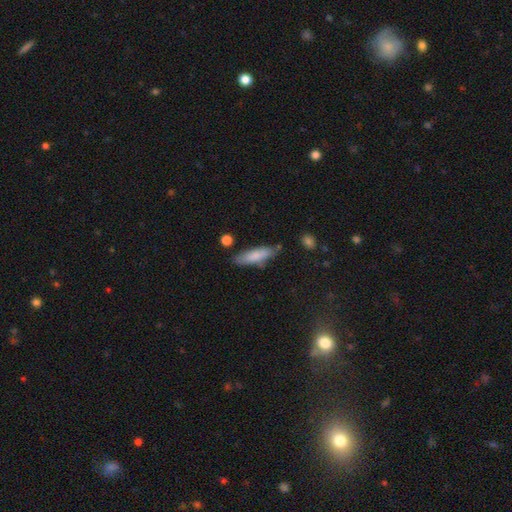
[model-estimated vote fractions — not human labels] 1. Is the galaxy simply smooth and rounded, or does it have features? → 78% smooth, 15% featured or disk, 6% star or artifact.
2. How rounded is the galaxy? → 62% cigar-shaped, 36% in between, 2% round.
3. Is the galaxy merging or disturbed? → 75% none, 17% minor disturbance, 5% merger, 4% major disturbance.